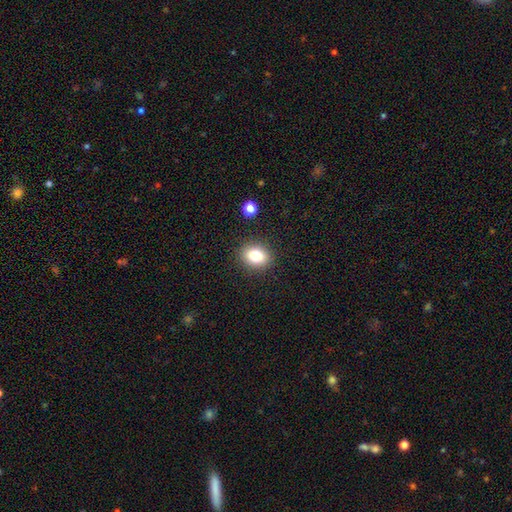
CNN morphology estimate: A smooth galaxy with no disk features (81%) that is in between round and cigar-shaped (55%).

Vote fractions:
- Smooth or featured? smooth: 81% / star or artifact: 11% / featured or disk: 8%
- How rounded? in between: 55% / round: 44% / cigar-shaped: 1%
- Merging? none: 88% / minor disturbance: 8% / major disturbance: 3% / merger: 2%